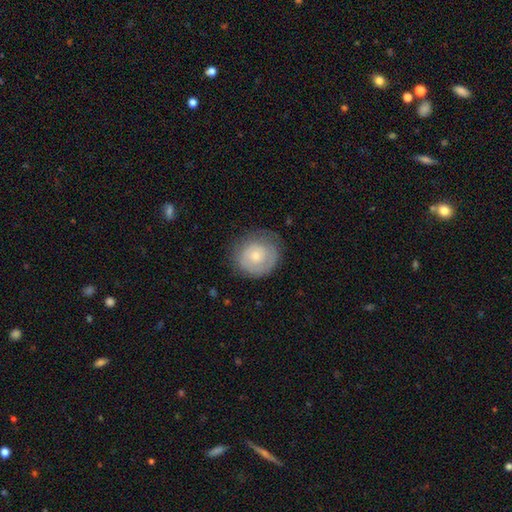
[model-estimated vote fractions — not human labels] smooth_or_featured: smooth (p=0.55) [alt: featured or disk p=0.39]
how_rounded: round (p=0.85) [alt: in between p=0.14]
merging: none (p=0.69) [alt: minor disturbance p=0.21]